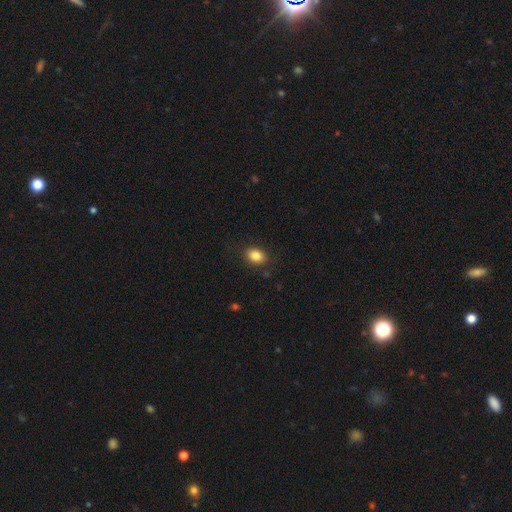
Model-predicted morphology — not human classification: Smooth or featured? Predicted: smooth (p=0.85). How rounded? Predicted: in between (p=0.62). Merging? Predicted: none (p=0.87).